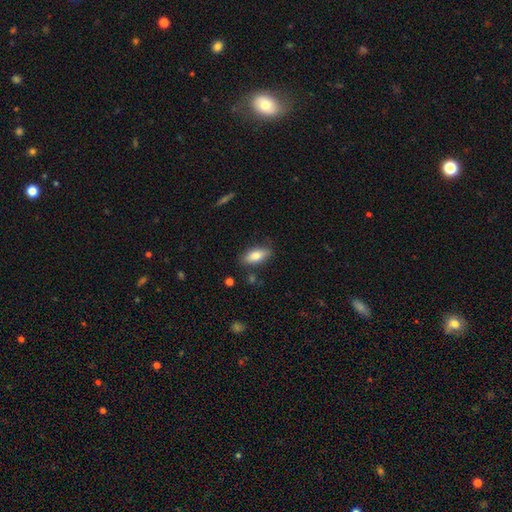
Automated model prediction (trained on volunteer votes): Morphology: type=smooth (81%); roundness=in between (83%); merging=none (80%).